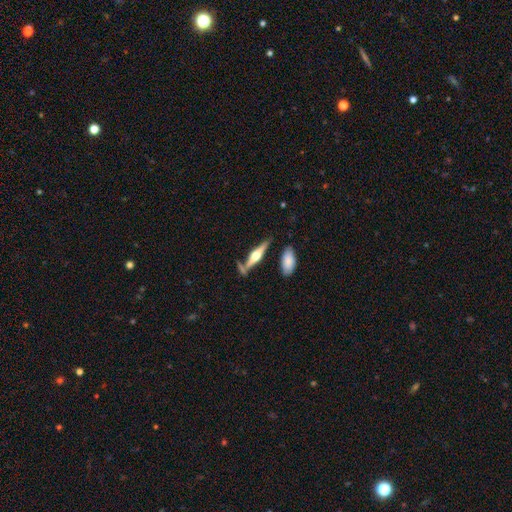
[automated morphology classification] Smooth or featured: featured or disk — 68% (smooth — 27%)
Edge-on disk: yes — 96% (no — 4%)
Edge-on bulge: rounded — 92% (boxy — 5%)
Merging: none — 72% (minor disturbance — 14%)